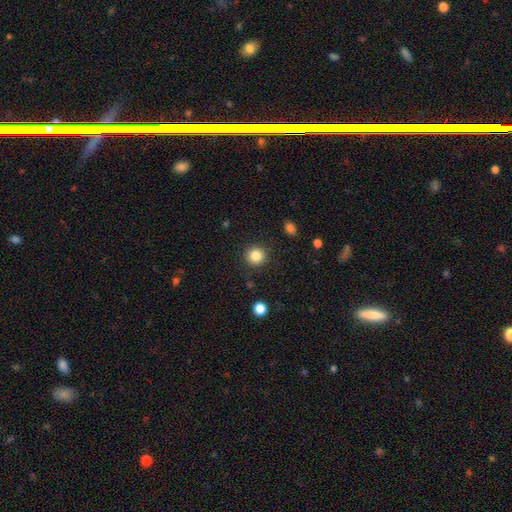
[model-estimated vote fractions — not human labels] Overall: smooth (84%). How rounded: round (93%). Merging: none (90%).